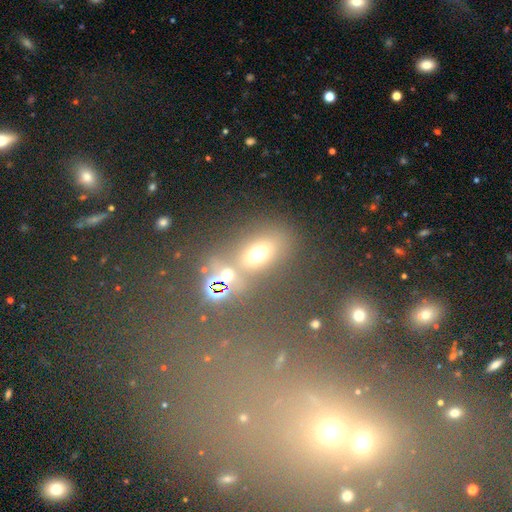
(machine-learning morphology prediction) Smooth or featured?
  - smooth: 52% *
  - star or artifact: 33%
  - featured or disk: 16%
How rounded?
  - in between: 71% *
  - round: 22%
  - cigar-shaped: 7%
Merging?
  - none: 63% *
  - merger: 19%
  - minor disturbance: 11%
  - major disturbance: 7%